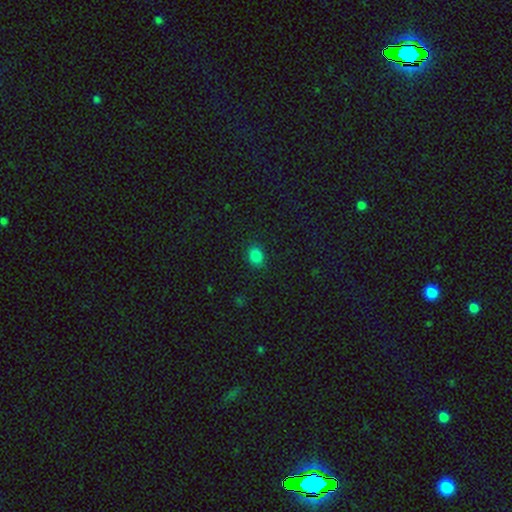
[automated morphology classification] Smooth or featured? smooth (84%)
How rounded? in between (55%)
Merging? none (86%)